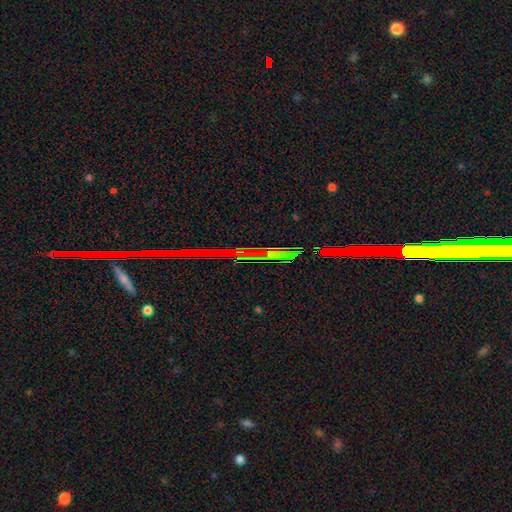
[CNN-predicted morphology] Smooth or featured? star or artifact (70%)